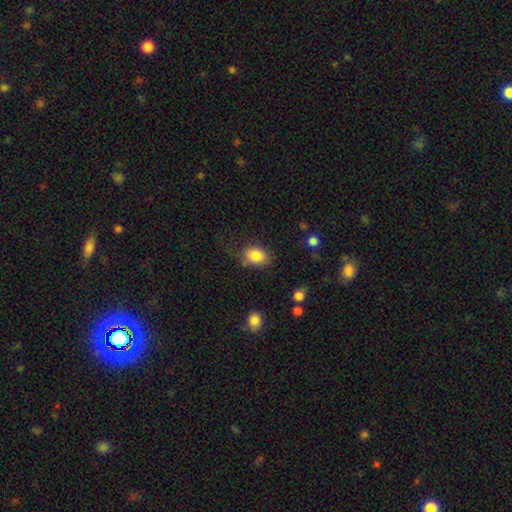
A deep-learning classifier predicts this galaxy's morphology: A smooth galaxy with no disk features (85%) that is in between round and cigar-shaped (71%).

Vote fractions:
- Smooth or featured? smooth: 85% / star or artifact: 8% / featured or disk: 7%
- How rounded? in between: 71% / round: 28% / cigar-shaped: 1%
- Merging? none: 69% / minor disturbance: 21% / major disturbance: 7% / merger: 3%